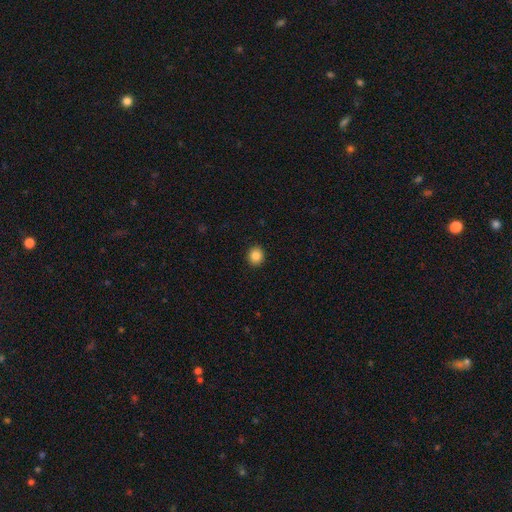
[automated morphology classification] Smooth or featured? Predicted: smooth (p=0.86). How rounded? Predicted: round (p=0.84). Merging? Predicted: none (p=0.92).